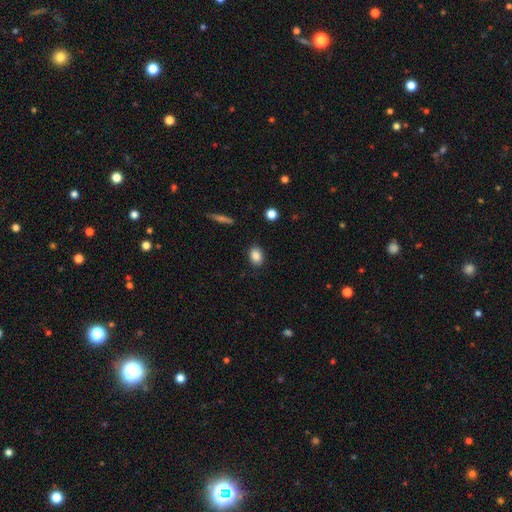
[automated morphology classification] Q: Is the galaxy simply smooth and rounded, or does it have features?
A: smooth — 86%.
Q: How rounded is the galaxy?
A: in between — 74%.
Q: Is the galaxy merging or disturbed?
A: none — 86%.